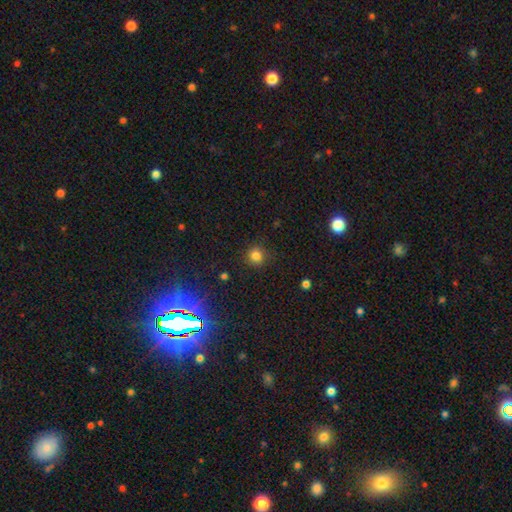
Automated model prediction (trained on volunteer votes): Smooth or featured?
  - smooth: 80% *
  - star or artifact: 16%
  - featured or disk: 5%
How rounded?
  - round: 88% *
  - in between: 11%
  - cigar-shaped: 1%
Merging?
  - none: 86% *
  - minor disturbance: 10%
  - major disturbance: 3%
  - merger: 1%